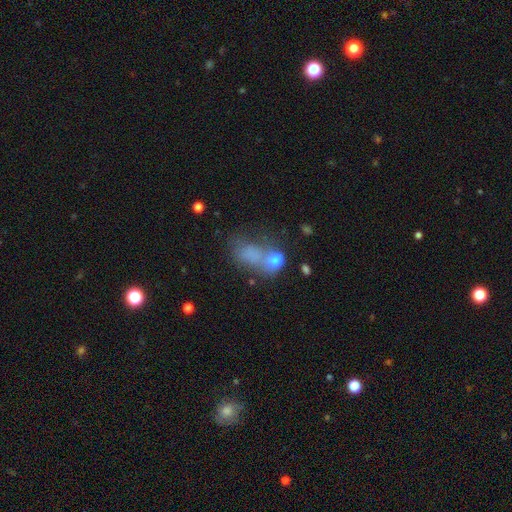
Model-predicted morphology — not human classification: The model was most divided on "merging" (2-way tie): merger: 37%, none: 37%, minor disturbance: 14%, major disturbance: 12%. More confident: how rounded — in between (57%); smooth or featured — smooth (57%).